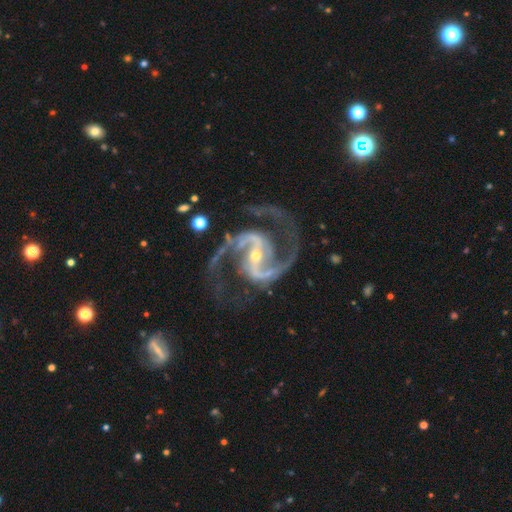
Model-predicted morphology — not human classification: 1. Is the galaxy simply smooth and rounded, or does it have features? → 94% featured or disk, 4% star or artifact, 2% smooth.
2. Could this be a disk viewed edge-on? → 98% no, 2% yes.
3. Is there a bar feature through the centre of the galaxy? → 56% strong, 31% weak, 14% no.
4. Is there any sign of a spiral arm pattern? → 99% yes, 1% no.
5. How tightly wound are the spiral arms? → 68% medium, 19% loose, 14% tight.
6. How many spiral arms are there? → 94% 2, 2% 3, 1% can't tell, 1% 1, 1% 4, 1% more than 4.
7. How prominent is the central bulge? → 63% small, 34% moderate, 1% large, 1% none, 1% dominant.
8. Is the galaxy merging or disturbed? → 75% none, 14% minor disturbance, 9% major disturbance, 2% merger.